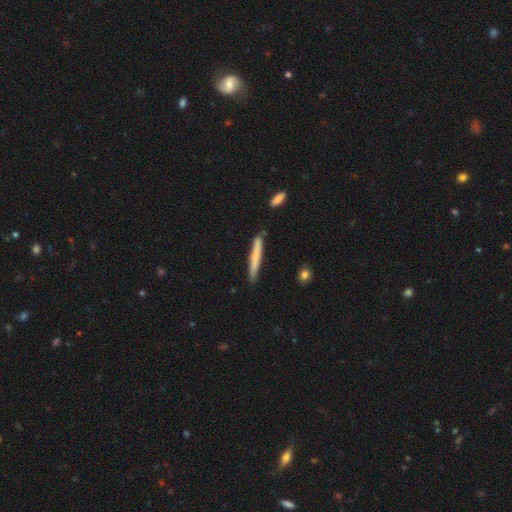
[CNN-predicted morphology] Smooth or featured? smooth (67%)
How rounded? cigar-shaped (96%)
Merging? none (83%)